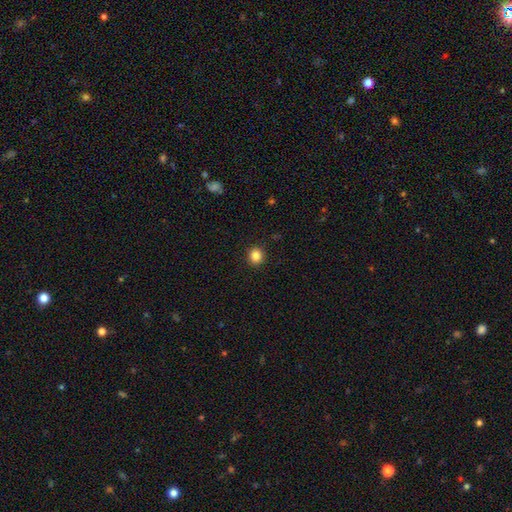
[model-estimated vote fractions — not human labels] This appears to be a smooth galaxy with no disk features (85%) that is round (88%). Merging: none (92%).